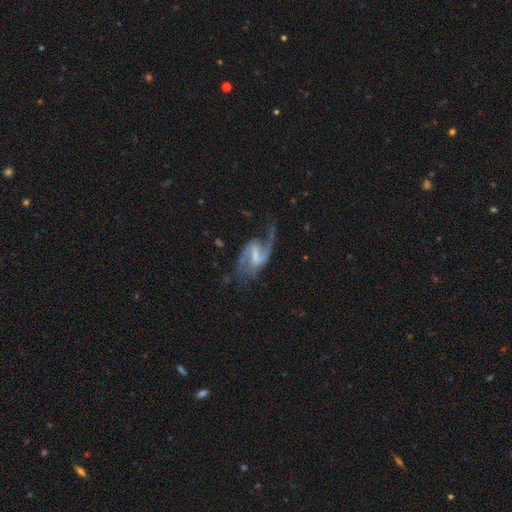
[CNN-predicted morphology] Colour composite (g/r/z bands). It shows a featured or disk galaxy (86%) with a weak bar (52%), 2 (76%) loose (58%) spiral arms (94%) and no central bulge (35%). Merging: none (50%).